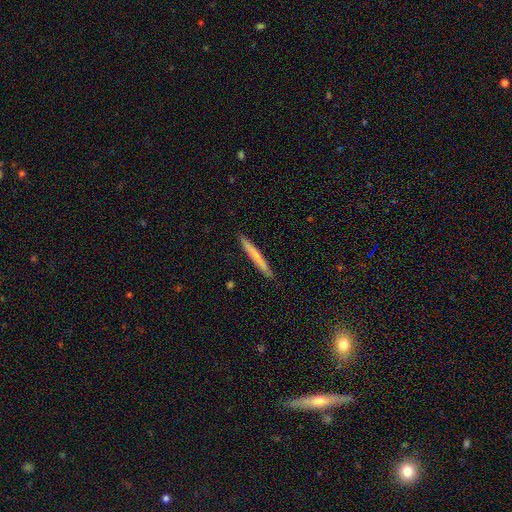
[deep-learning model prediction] This is likely a smooth galaxy (65%). How rounded: clearly cigar-shaped (97%). Merging: clearly none (91%).